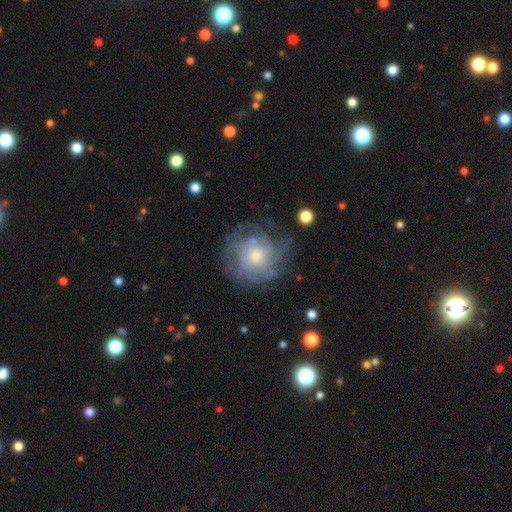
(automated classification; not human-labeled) Smooth or featured? featured or disk (59%)
Edge-on disk? no (97%)
Bar? no (86%)
Spiral arms? yes (60%)
Bulge size? moderate (47%)
Merging? none (70%)